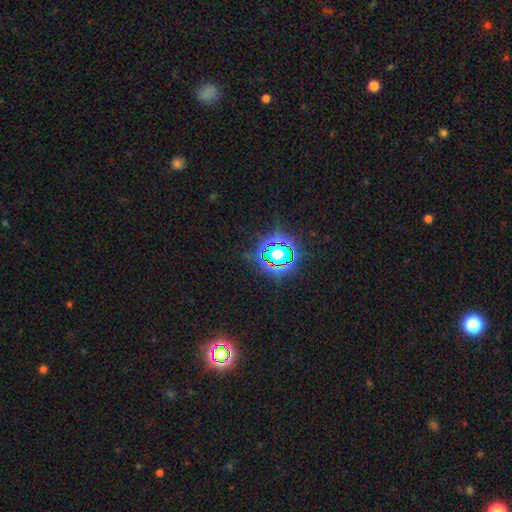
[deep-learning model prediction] A star or artifact, not a galaxy (80%).

Vote fractions:
- Smooth or featured? star or artifact: 80% / smooth: 13% / featured or disk: 7%